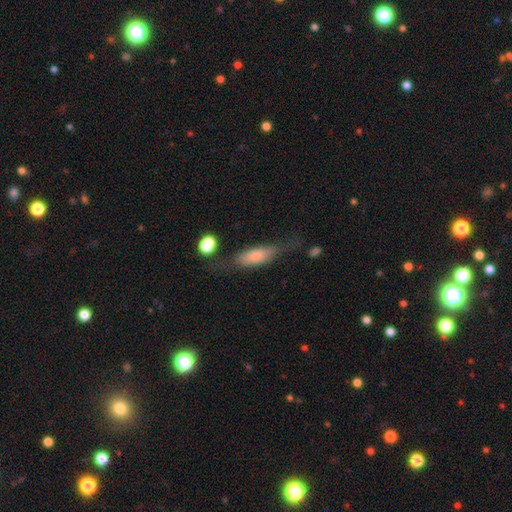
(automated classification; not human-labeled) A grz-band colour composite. It shows a smooth galaxy with no disk features (68%) that is in between round and cigar-shaped (50%). Merging: none (53%).